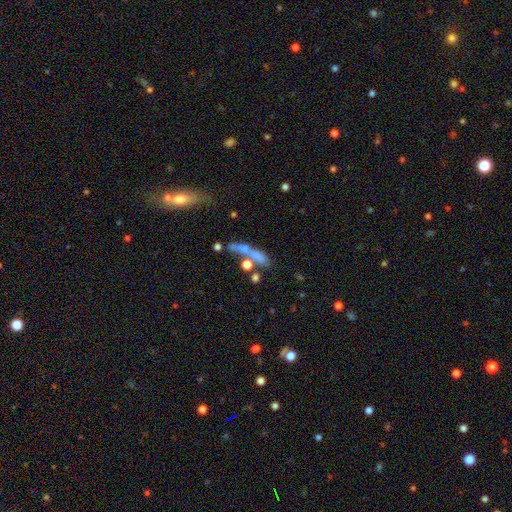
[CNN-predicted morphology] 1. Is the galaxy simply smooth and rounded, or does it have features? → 47% smooth, 36% featured or disk, 17% star or artifact.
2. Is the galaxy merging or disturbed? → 41% none, 34% merger, 14% minor disturbance, 11% major disturbance.